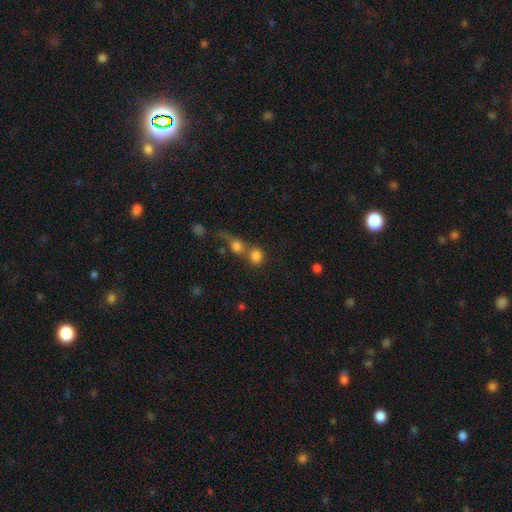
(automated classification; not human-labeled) Q: Smooth or featured?
A: smooth (81%); runner-up: star or artifact (11%)
Q: How rounded?
A: round (77%); runner-up: in between (21%)
Q: Merging?
A: merger (52%); runner-up: none (36%)